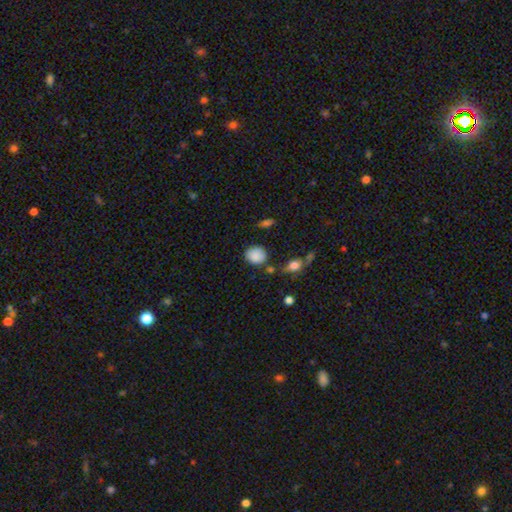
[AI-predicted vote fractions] A smooth galaxy with no disk features (86%) that is round (67%). Merging: none (74%).